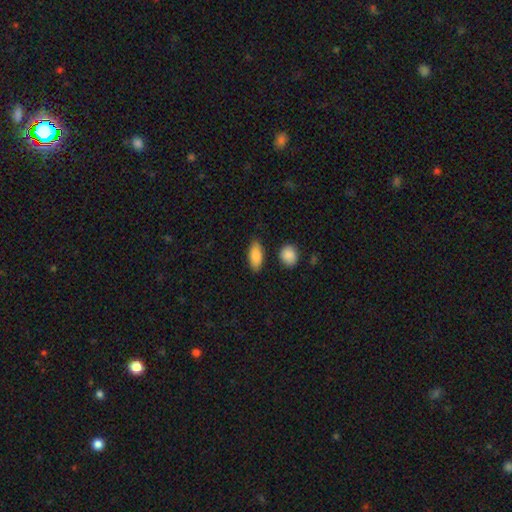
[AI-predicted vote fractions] Q: Smooth or featured?
A: smooth (87%); runner-up: featured or disk (7%)
Q: How rounded?
A: in between (86%); runner-up: cigar-shaped (11%)
Q: Merging?
A: none (83%); runner-up: minor disturbance (11%)